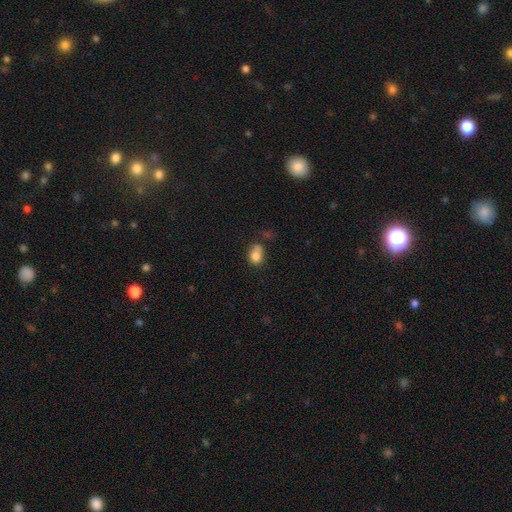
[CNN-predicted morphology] Overall: smooth (79%). How rounded: in between (52%; round 47%). Merging: none (42%; merger 25%).